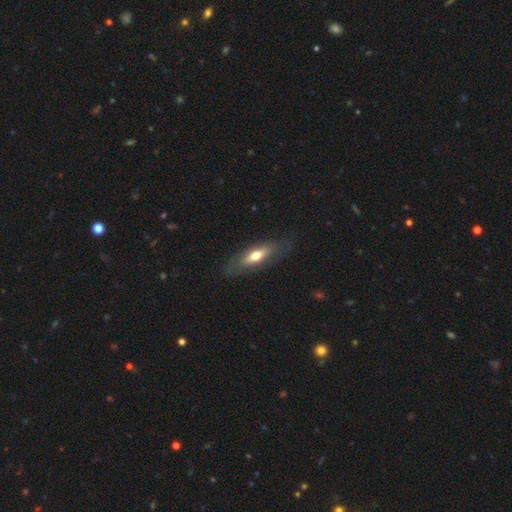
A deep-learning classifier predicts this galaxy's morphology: This appears to be a smooth galaxy with no disk features (50%) that is in between round and cigar-shaped (55%). Merging: none (78%).